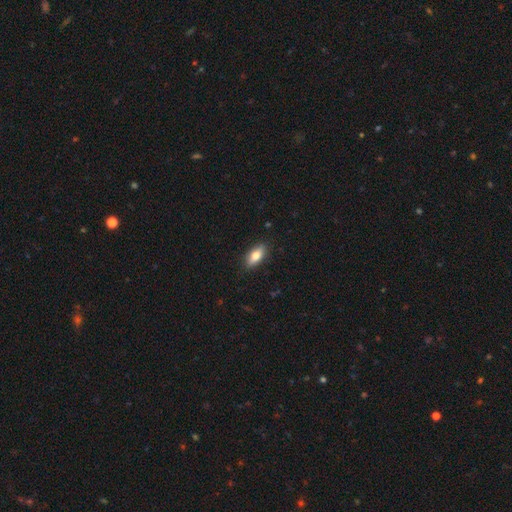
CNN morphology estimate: Q: Smooth or featured?
A: smooth (71%); runner-up: featured or disk (22%)
Q: How rounded?
A: in between (78%); runner-up: cigar-shaped (18%)
Q: Merging?
A: none (88%); runner-up: minor disturbance (9%)